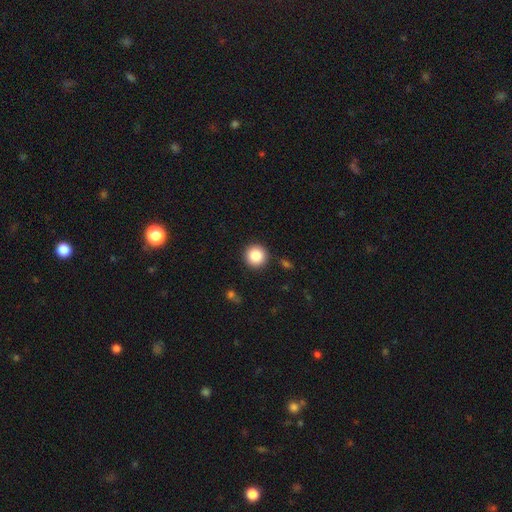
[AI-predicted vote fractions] Q: Smooth or featured?
A: smooth (87%); runner-up: star or artifact (9%)
Q: How rounded?
A: round (95%); runner-up: in between (4%)
Q: Merging?
A: none (90%); runner-up: minor disturbance (6%)